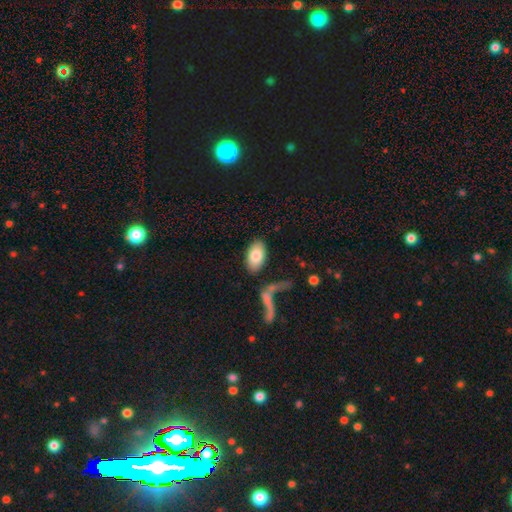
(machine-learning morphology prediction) Overall: smooth (81%). How rounded: in between (94%). Merging: none (78%).